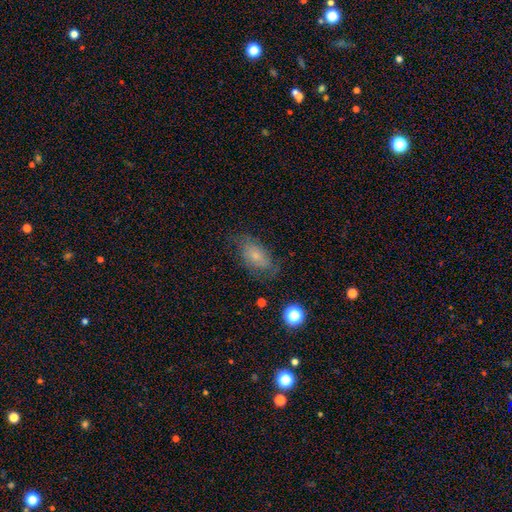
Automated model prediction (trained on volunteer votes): Smooth or featured? Predicted: smooth (p=0.59). How rounded? Predicted: in between (p=0.88). Merging? Predicted: none (p=0.63).